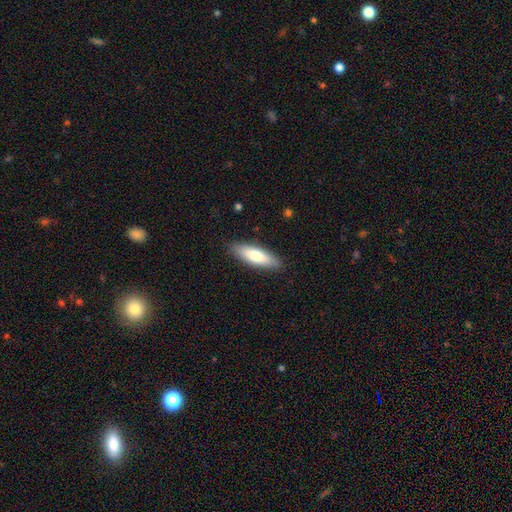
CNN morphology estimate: smooth_or_featured: smooth (p=0.71) [alt: featured or disk p=0.23]
how_rounded: cigar-shaped (p=0.50) [alt: in between p=0.48]
merging: none (p=0.88) [alt: minor disturbance p=0.09]